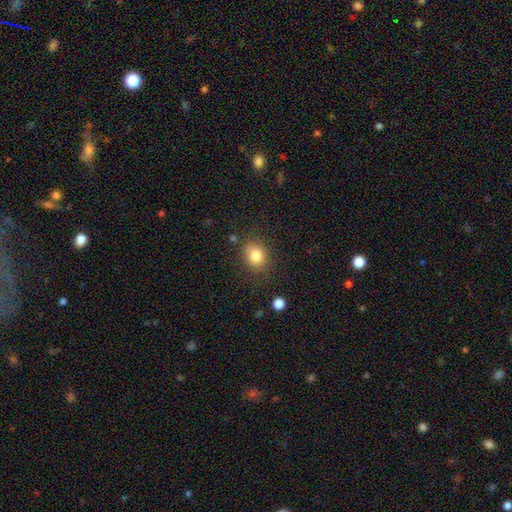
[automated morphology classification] Smooth or featured? Predicted: smooth (p=0.82). How rounded? Predicted: round (p=0.62). Merging? Predicted: none (p=0.80).